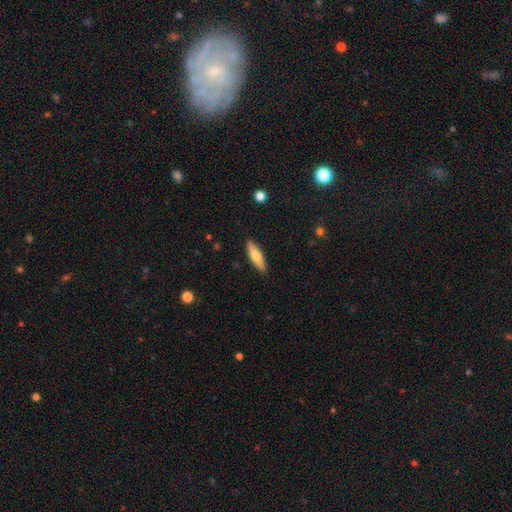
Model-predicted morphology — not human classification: A smooth galaxy with no disk features (66%) that is cigar-shaped (58%).

Vote fractions:
- Smooth or featured? smooth: 66% / featured or disk: 28% / star or artifact: 6%
- How rounded? cigar-shaped: 58% / in between: 40% / round: 2%
- Merging? none: 89% / minor disturbance: 8% / major disturbance: 2% / merger: 1%